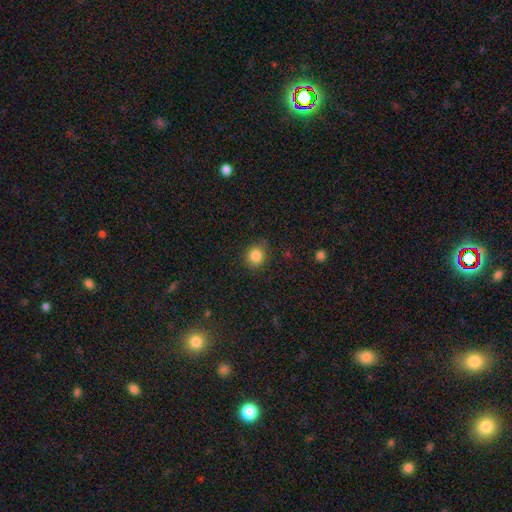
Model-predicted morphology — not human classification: Q: Smooth or featured?
A: smooth (84%); runner-up: star or artifact (11%)
Q: How rounded?
A: round (83%); runner-up: in between (16%)
Q: Merging?
A: none (82%); runner-up: minor disturbance (13%)